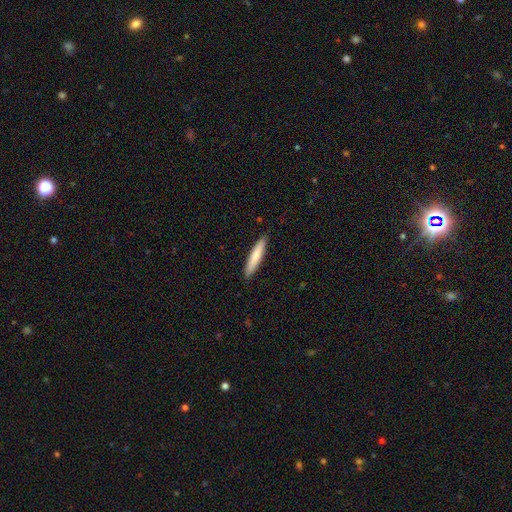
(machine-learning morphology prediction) Smooth or featured?
  - smooth: 75% *
  - featured or disk: 20%
  - star or artifact: 5%
How rounded?
  - cigar-shaped: 90% *
  - in between: 9%
  - round: 1%
Merging?
  - none: 90% *
  - minor disturbance: 8%
  - major disturbance: 1%
  - merger: 1%